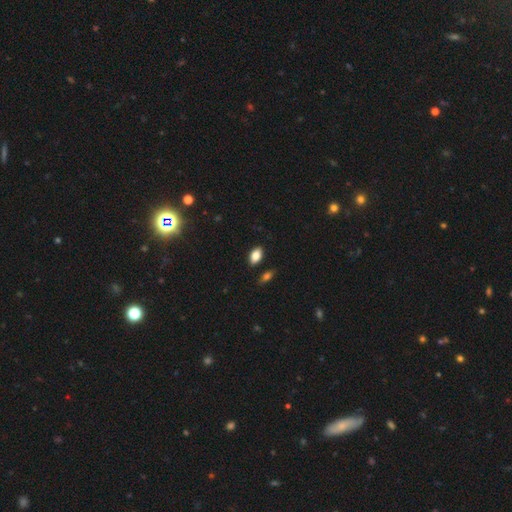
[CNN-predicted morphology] Q: Smooth or featured?
A: smooth (83%); runner-up: star or artifact (8%)
Q: How rounded?
A: in between (90%); runner-up: round (7%)
Q: Merging?
A: none (85%); runner-up: minor disturbance (11%)